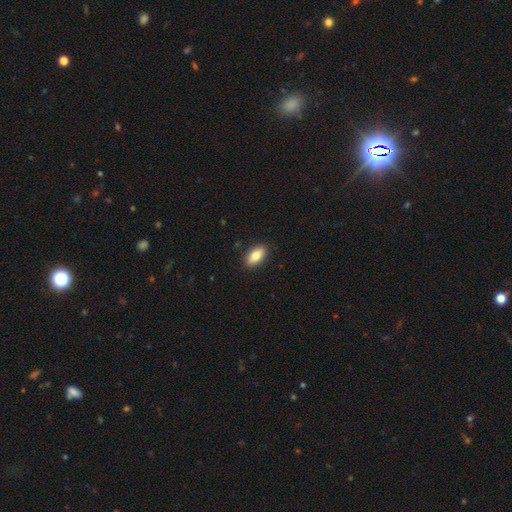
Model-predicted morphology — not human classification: Smooth or featured? Predicted: smooth (p=0.82). How rounded? Predicted: in between (p=0.90). Merging? Predicted: none (p=0.89).